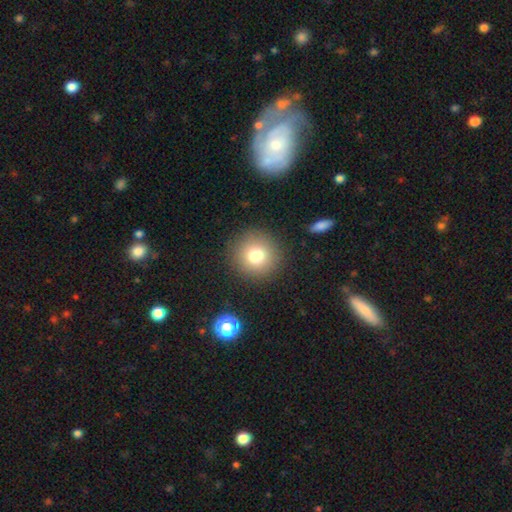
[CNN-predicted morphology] Smooth or featured? Predicted: smooth (p=0.77). How rounded? Predicted: round (p=0.94). Merging? Predicted: none (p=0.90).